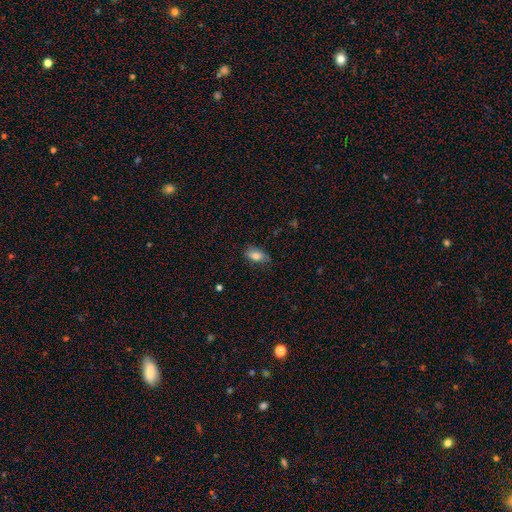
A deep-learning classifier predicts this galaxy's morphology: This appears to be a smooth galaxy with no disk features (80%) that is in between round and cigar-shaped (89%). Merging: none (69%).